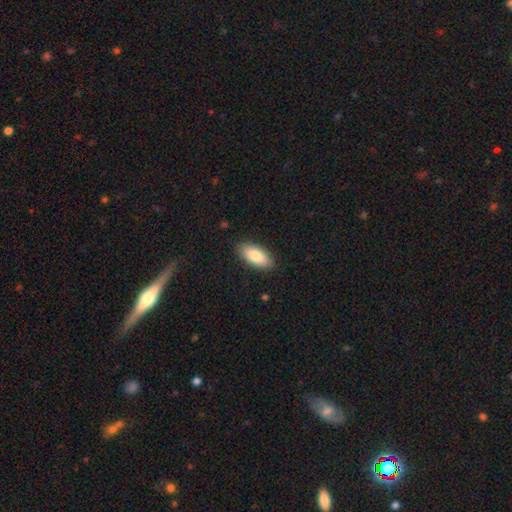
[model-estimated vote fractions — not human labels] Smooth or featured? smooth (85%)
How rounded? in between (89%)
Merging? none (88%)